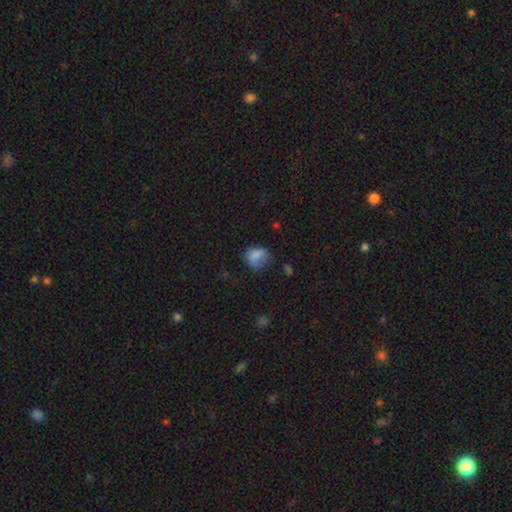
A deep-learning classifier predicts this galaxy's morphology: smooth 78%, star or artifact 11%, featured or disk 11%. Down the decision tree: how rounded — round (55%); merging — none (47%).